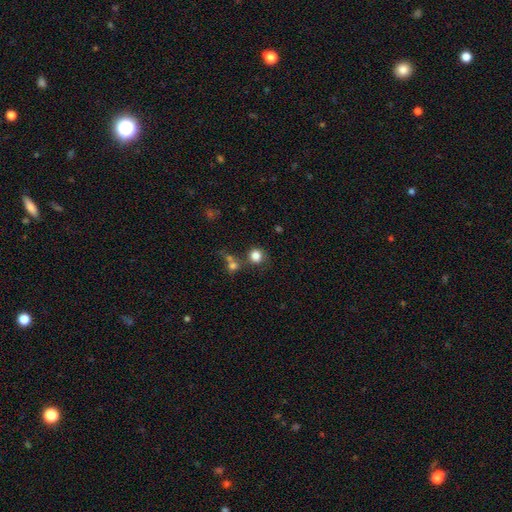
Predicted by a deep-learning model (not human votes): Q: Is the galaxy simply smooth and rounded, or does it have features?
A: smooth — 82%.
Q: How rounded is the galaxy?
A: round — 89%.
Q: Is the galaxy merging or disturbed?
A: none — 67%.